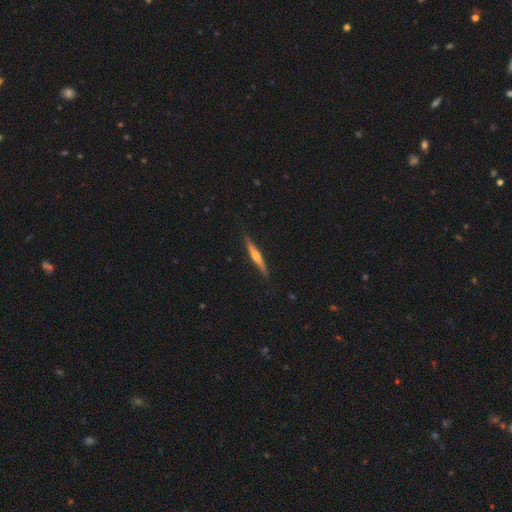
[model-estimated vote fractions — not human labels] This is likely a featured or disk galaxy (65%). It is clearly viewed edge-on (97%). Edge-on bulge: clearly rounded (81%). Merging: clearly none (86%).